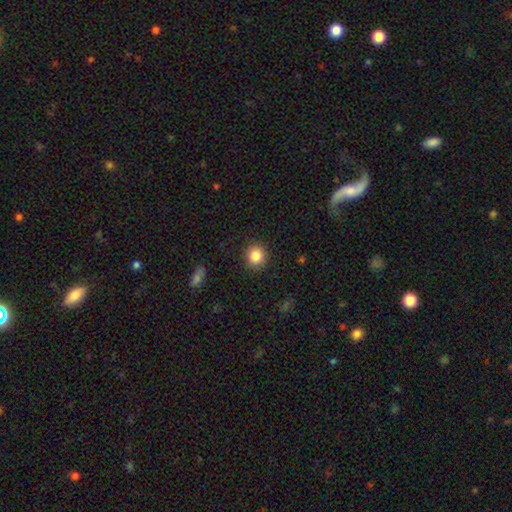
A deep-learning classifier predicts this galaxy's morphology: Smooth or featured: smooth — 85% (star or artifact — 10%)
How rounded: round — 88% (in between — 11%)
Merging: none — 91% (minor disturbance — 6%)